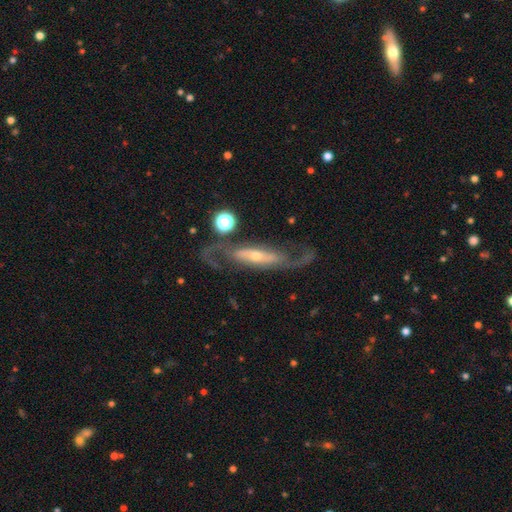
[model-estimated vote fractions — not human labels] smooth-or-featured: featured or disk: 84% | smooth: 10% | star or artifact: 6%
  disk-edge-on: no: 77% | yes: 23%
    bar: no: 41% | strong: 32% | weak: 27%
    has-spiral-arms: yes: 92% | no: 8%
      spiral-winding: loose: 47% | medium: 38% | tight: 15%
      spiral-arm-count: 2: 87% | can't tell: 6% | 1: 3% | 3: 2% | 4: 1% | more than 4: 1%
    bulge-size: small: 56% | moderate: 37% | large: 4% | none: 2% | dominant: 2%
  merging: none: 66% | major disturbance: 15% | minor disturbance: 15% | merger: 4%